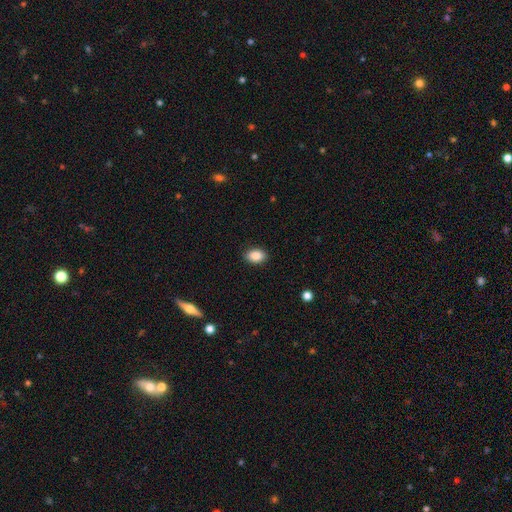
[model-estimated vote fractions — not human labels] Smooth or featured? smooth (88%)
How rounded? in between (86%)
Merging? none (89%)